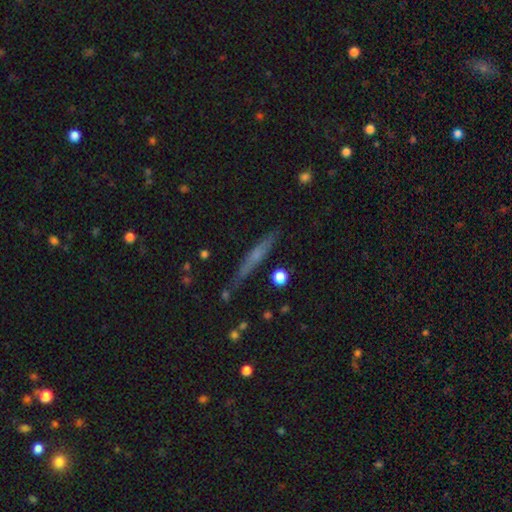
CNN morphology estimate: Overall: featured or disk (50%; smooth 40%). Merging: none (82%).